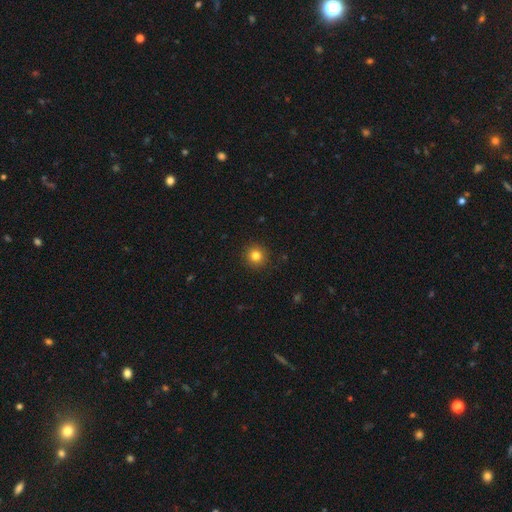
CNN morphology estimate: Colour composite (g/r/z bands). It shows a smooth galaxy with no disk features (81%) that is round (95%). Merging: none (92%).